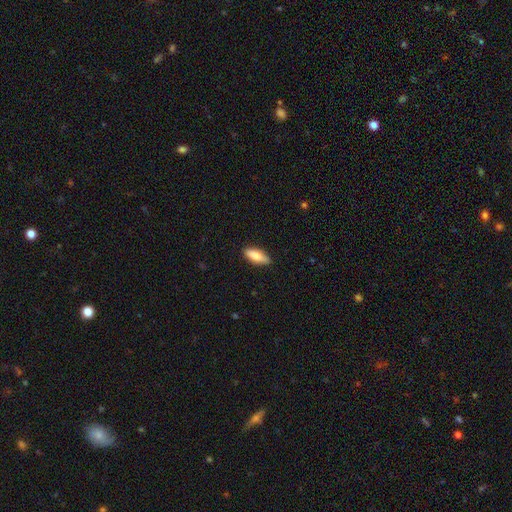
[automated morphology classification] Smooth or featured: smooth — 79% (featured or disk — 15%)
How rounded: in between — 67% (cigar-shaped — 31%)
Merging: none — 86% (minor disturbance — 11%)